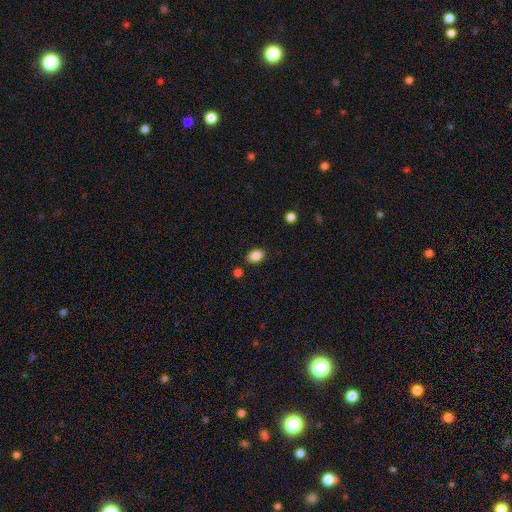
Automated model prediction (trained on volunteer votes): Q: Smooth or featured?
A: smooth (87%); runner-up: star or artifact (9%)
Q: How rounded?
A: in between (85%); runner-up: round (13%)
Q: Merging?
A: none (85%); runner-up: minor disturbance (9%)